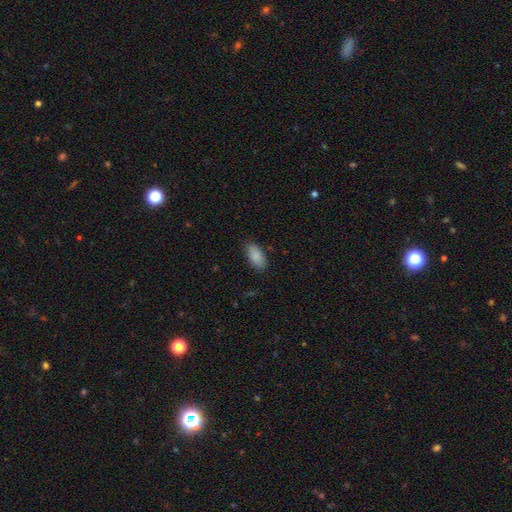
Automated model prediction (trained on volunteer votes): Smooth or featured: smooth — 88% (star or artifact — 7%)
How rounded: in between — 92% (cigar-shaped — 6%)
Merging: none — 83% (minor disturbance — 13%)